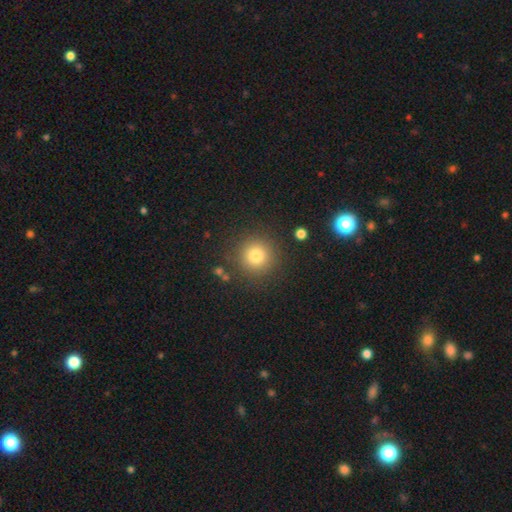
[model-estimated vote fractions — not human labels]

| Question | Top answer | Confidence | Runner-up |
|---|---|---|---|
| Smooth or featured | smooth | 79% | star or artifact (13%) |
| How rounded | round | 94% | in between (5%) |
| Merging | none | 87% | minor disturbance (7%) |